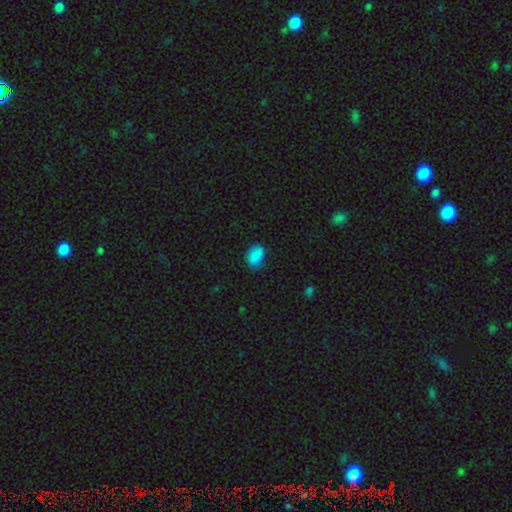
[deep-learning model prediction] smooth-or-featured: smooth: 86% | star or artifact: 9% | featured or disk: 5%
  how-rounded: in between: 81% | round: 18% | cigar-shaped: 1%
  merging: none: 73% | minor disturbance: 21% | major disturbance: 4% | merger: 1%